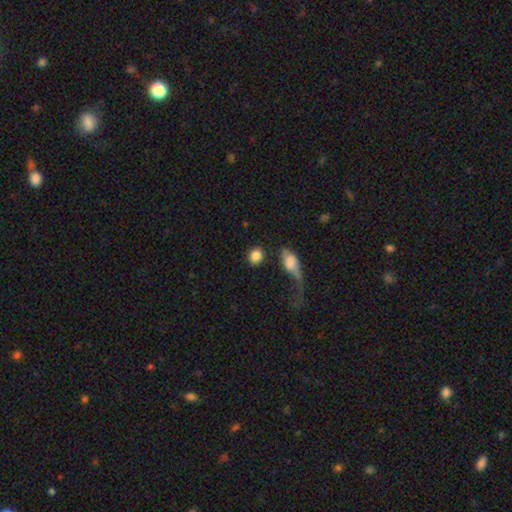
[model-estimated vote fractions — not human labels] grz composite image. It shows a smooth galaxy with no disk features (85%) that is round (67%). Merging: none (74%).